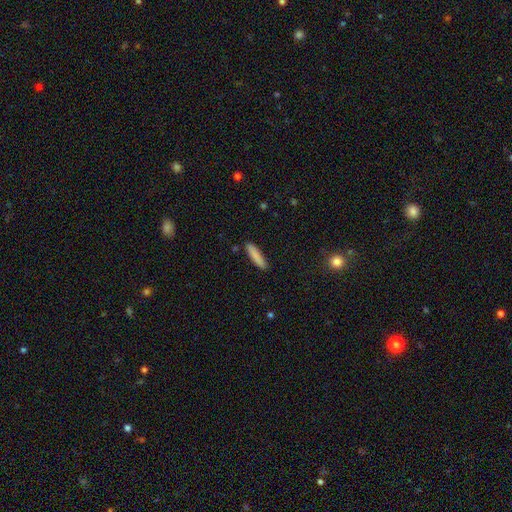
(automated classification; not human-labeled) The model was most divided on "how rounded": cigar-shaped: 80%, in between: 18%, round: 1%. More confident: merging — none (88%); smooth or featured — smooth (85%).